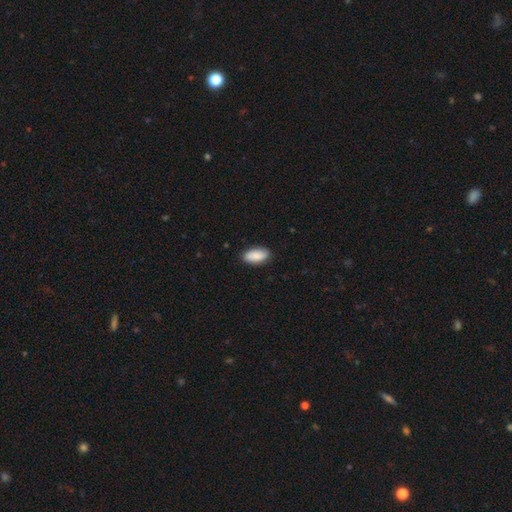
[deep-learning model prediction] The model was most divided on "merging": none: 87%, minor disturbance: 10%, major disturbance: 2%, merger: 1%. More confident: how rounded — in between (92%); smooth or featured — smooth (88%).